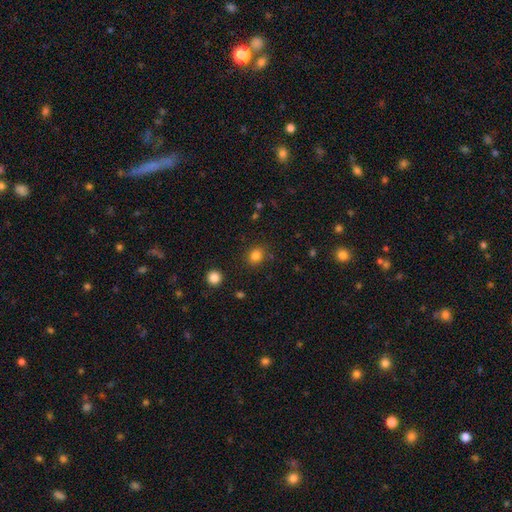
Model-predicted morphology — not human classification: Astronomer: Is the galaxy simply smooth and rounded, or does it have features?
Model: smooth — 82%.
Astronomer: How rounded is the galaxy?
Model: round — 75%.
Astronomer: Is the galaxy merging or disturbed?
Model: none — 85%.